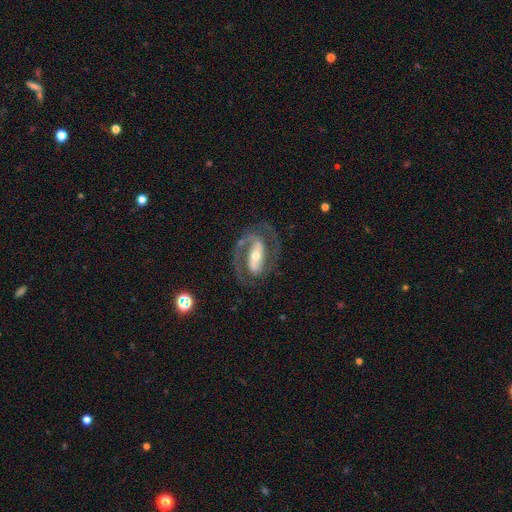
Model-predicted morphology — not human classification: smooth-or-featured: featured or disk: 88% | smooth: 7% | star or artifact: 5%
  disk-edge-on: no: 96% | yes: 4%
    bar: strong: 56% | weak: 26% | no: 19%
    has-spiral-arms: yes: 94% | no: 6%
      spiral-winding: medium: 53% | tight: 32% | loose: 14%
      spiral-arm-count: 2: 89% | 1: 4% | can't tell: 4% | 3: 1% | 4: 1% | more than 4: 1%
    bulge-size: moderate: 49% | small: 44% | large: 5% | none: 1% | dominant: 1%
  merging: none: 75% | minor disturbance: 13% | major disturbance: 10% | merger: 2%